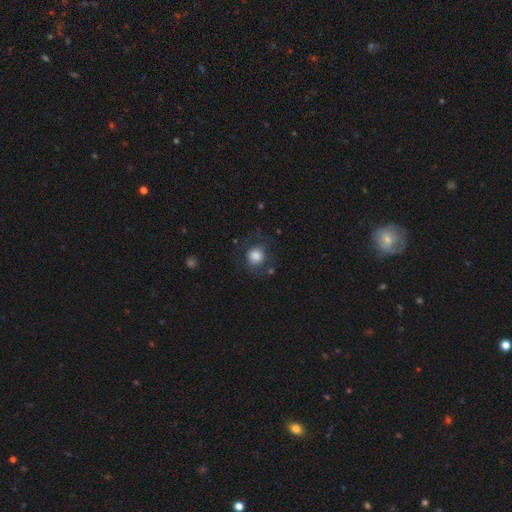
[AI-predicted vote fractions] Morphology: type=smooth (82%); roundness=round (87%); merging=none (72%).